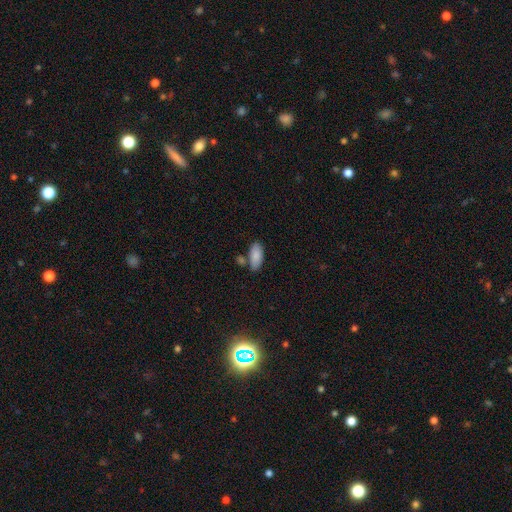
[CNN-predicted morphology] smooth-or-featured: smooth: 87% | featured or disk: 7% | star or artifact: 6%
  how-rounded: in between: 89% | cigar-shaped: 9% | round: 2%
  merging: none: 65% | merger: 16% | minor disturbance: 15% | major disturbance: 4%